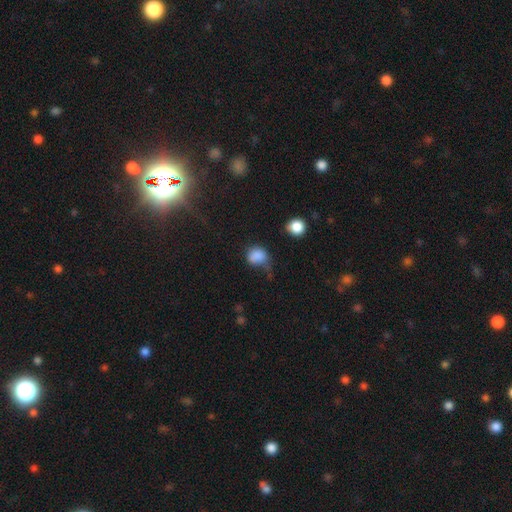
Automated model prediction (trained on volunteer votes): A smooth galaxy with no disk features (83%) that is round (64%).

Vote fractions:
- Smooth or featured? smooth: 83% / star or artifact: 11% / featured or disk: 6%
- How rounded? round: 64% / in between: 34% / cigar-shaped: 1%
- Merging? none: 42% / minor disturbance: 33% / major disturbance: 18% / merger: 6%